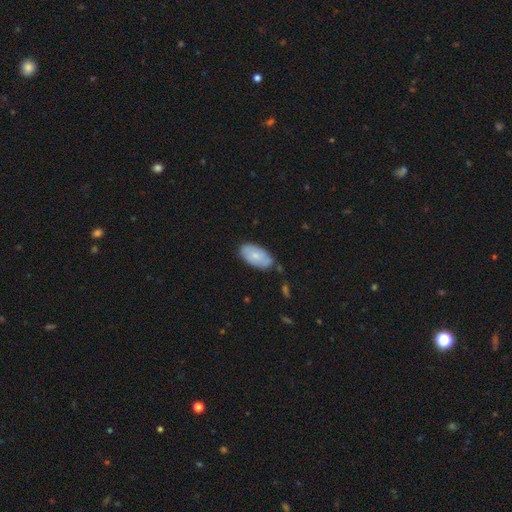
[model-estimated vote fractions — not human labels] Overall: smooth (72%). How rounded: in between (95%). Merging: none (75%).